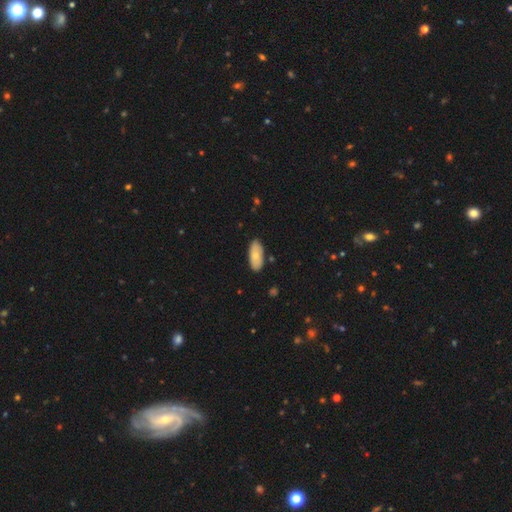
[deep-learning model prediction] Q: Smooth or featured?
A: smooth (71%); runner-up: featured or disk (23%)
Q: How rounded?
A: in between (90%); runner-up: cigar-shaped (8%)
Q: Merging?
A: none (84%); runner-up: minor disturbance (12%)